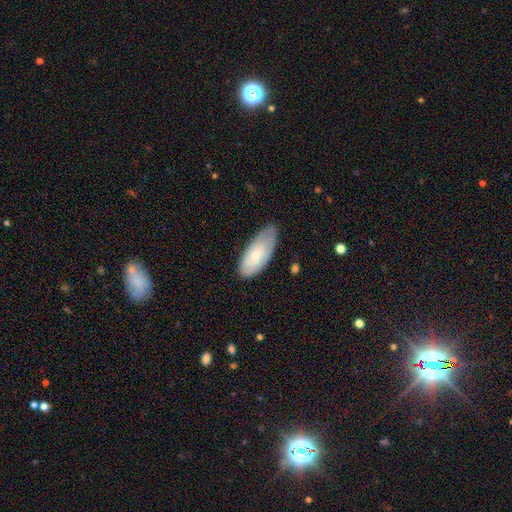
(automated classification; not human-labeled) Smooth or featured: smooth — 66% (featured or disk — 28%)
How rounded: in between — 85% (cigar-shaped — 13%)
Merging: none — 65% (minor disturbance — 28%)